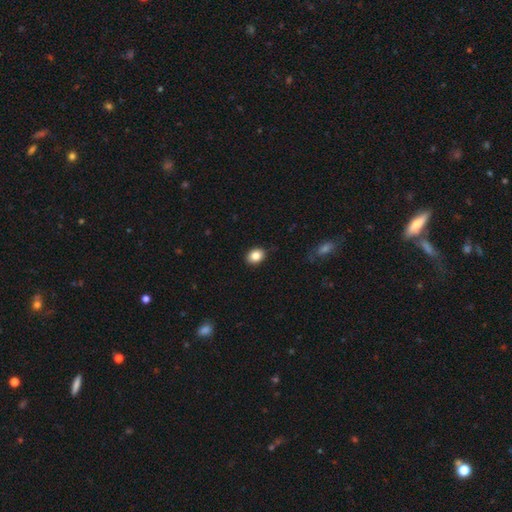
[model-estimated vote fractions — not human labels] smooth-or-featured: smooth: 85% | star or artifact: 9% | featured or disk: 7%
  how-rounded: in between: 63% | round: 36% | cigar-shaped: 1%
  merging: none: 88% | minor disturbance: 9% | major disturbance: 2% | merger: 1%